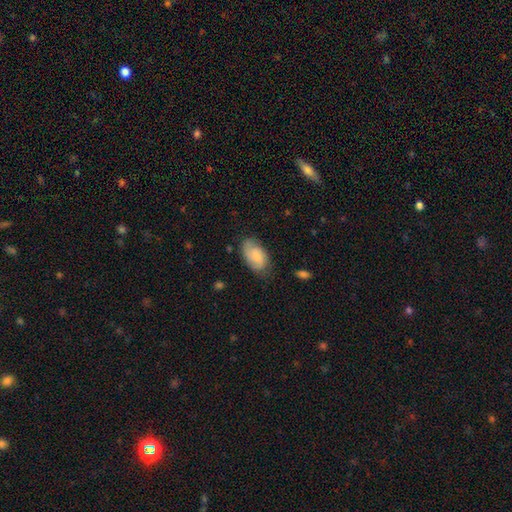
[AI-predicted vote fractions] Q: Smooth or featured?
A: smooth (61%); runner-up: featured or disk (32%)
Q: How rounded?
A: in between (93%); runner-up: round (5%)
Q: Merging?
A: none (68%); runner-up: minor disturbance (24%)